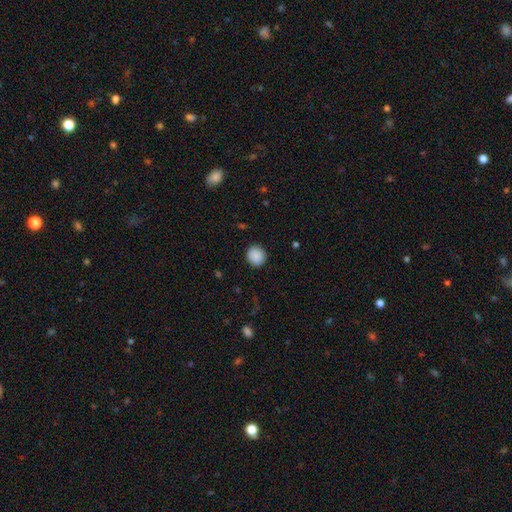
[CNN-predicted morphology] This appears to be a smooth galaxy with no disk features (90%) that is round (86%). Merging: none (89%).